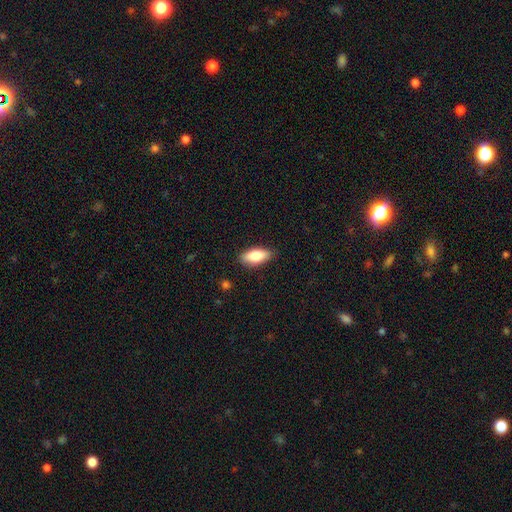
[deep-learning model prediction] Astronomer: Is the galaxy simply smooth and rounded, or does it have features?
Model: smooth — 79%.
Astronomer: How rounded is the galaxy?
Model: in between — 83%.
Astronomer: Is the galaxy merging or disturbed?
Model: none — 87%.